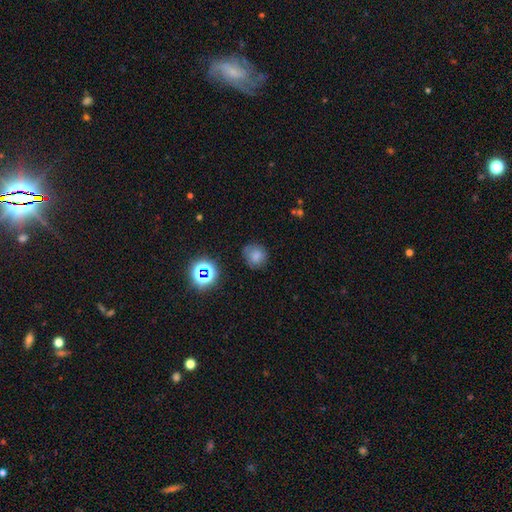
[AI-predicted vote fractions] This is likely a smooth galaxy (72%). How rounded: clearly round (83%). Merging: likely none (71%).